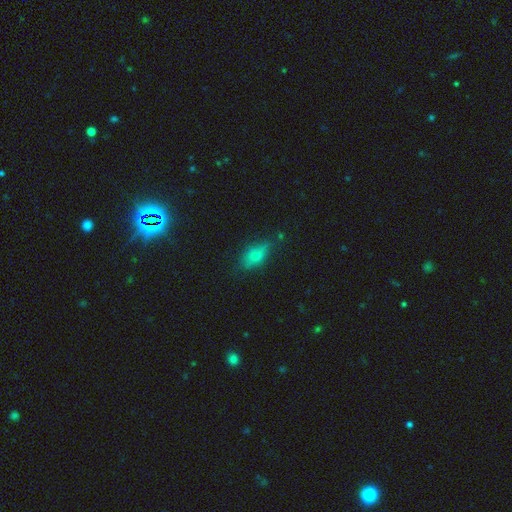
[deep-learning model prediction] The model was most divided on "merging": none: 57%, minor disturbance: 29%, major disturbance: 11%, merger: 3%. More confident: how rounded — in between (81%); smooth or featured — smooth (63%).